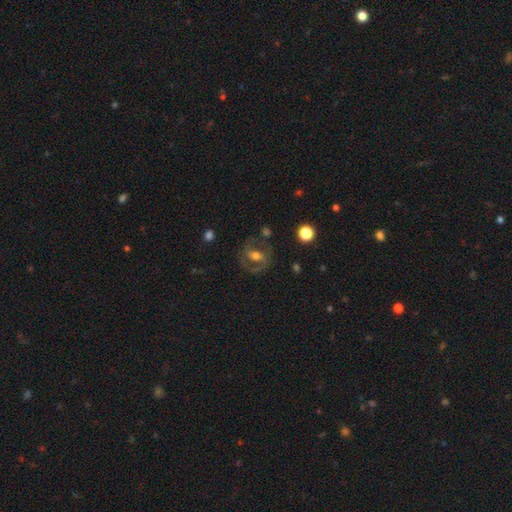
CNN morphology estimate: Smooth or featured? featured or disk (73%)
Edge-on disk? no (95%)
Bar? weak (39%)
Spiral arms? yes (80%)
Spiral winding? medium (50%)
Spiral arm count? 2 (81%)
Bulge size? moderate (66%)
Merging? none (73%)